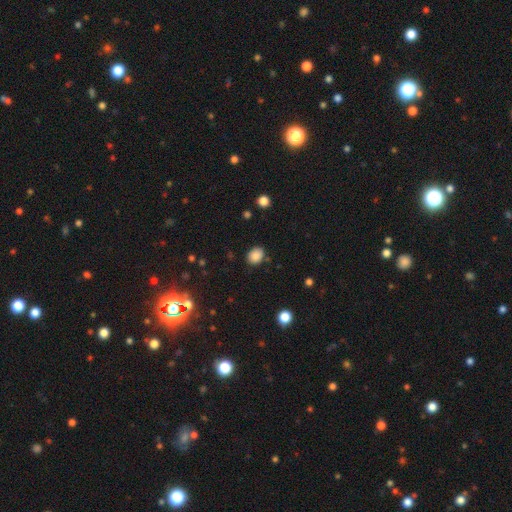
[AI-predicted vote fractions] This appears to be a smooth galaxy with no disk features (85%) that is in between round and cigar-shaped (51%). Merging: none (82%).